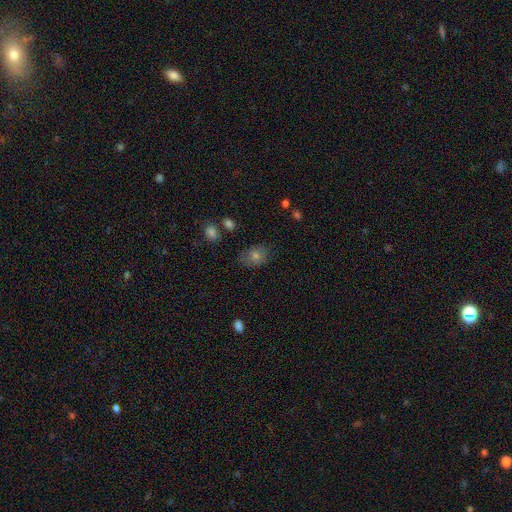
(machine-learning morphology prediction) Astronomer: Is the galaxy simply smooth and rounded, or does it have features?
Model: smooth — 66%.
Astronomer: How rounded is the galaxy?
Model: in between — 63%.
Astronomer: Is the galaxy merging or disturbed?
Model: none — 76%.